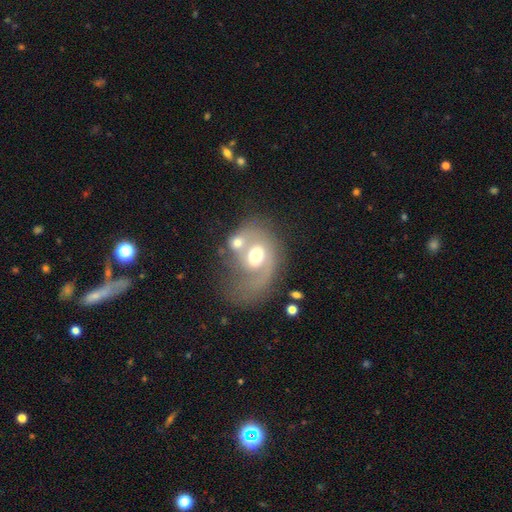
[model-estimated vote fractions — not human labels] Smooth or featured?
  - featured or disk: 69% *
  - smooth: 22%
  - star or artifact: 9%
Edge-on disk?
  - no: 97% *
  - yes: 3%
Bar?
  - no: 65% *
  - weak: 28%
  - strong: 7%
Spiral arms?
  - yes: 74% *
  - no: 26%
Bulge size?
  - moderate: 68% *
  - large: 18%
  - small: 10%
  - dominant: 2%
  - none: 2%
Merging?
  - merger: 33% *
  - none: 29%
  - major disturbance: 22%
  - minor disturbance: 16%